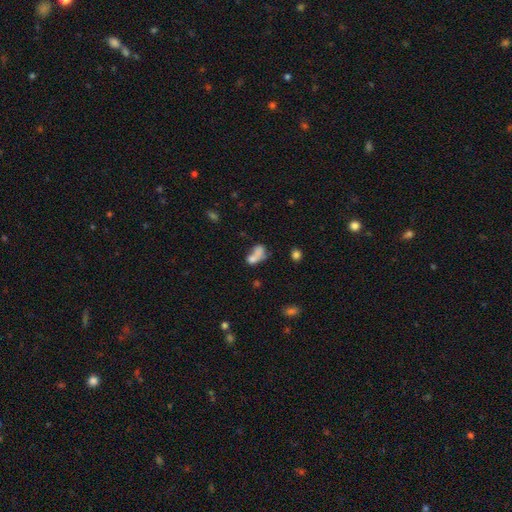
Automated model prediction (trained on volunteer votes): smooth_or_featured: smooth (p=0.69) [alt: featured or disk p=0.19]
how_rounded: in between (p=0.74) [alt: round p=0.22]
merging: merger (p=0.59) [alt: none p=0.20]